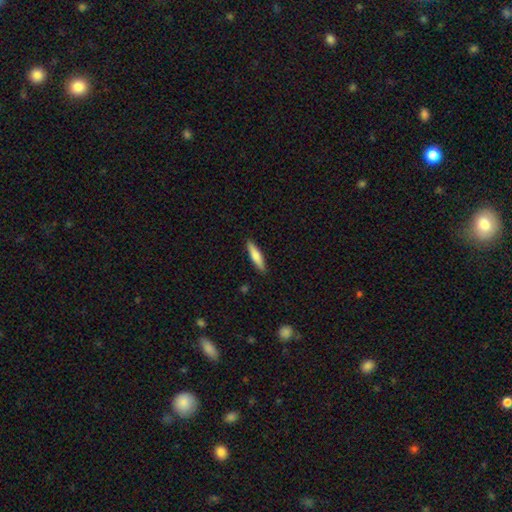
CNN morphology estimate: smooth_or_featured: smooth (p=0.73) [alt: featured or disk p=0.22]
how_rounded: cigar-shaped (p=0.78) [alt: in between p=0.20]
merging: none (p=0.90) [alt: minor disturbance p=0.07]